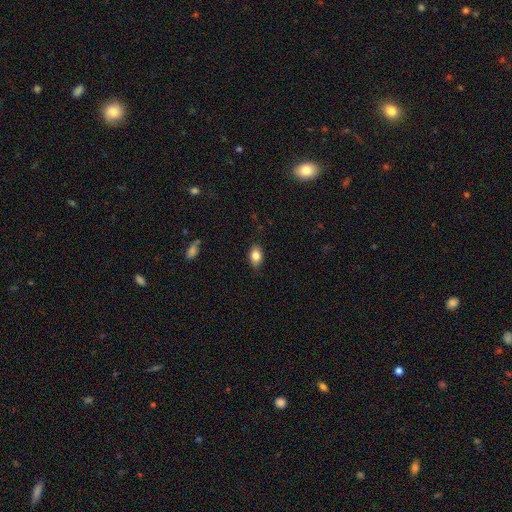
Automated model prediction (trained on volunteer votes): smooth_or_featured: smooth (p=0.83) [alt: featured or disk p=0.08]
how_rounded: in between (p=0.84) [alt: round p=0.14]
merging: none (p=0.83) [alt: minor disturbance p=0.13]